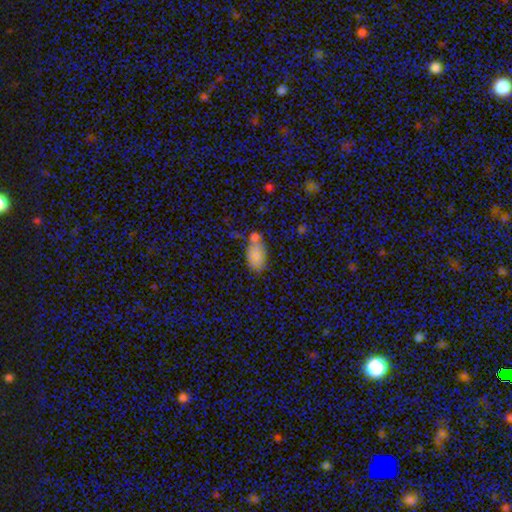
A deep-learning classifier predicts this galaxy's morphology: A smooth galaxy with no disk features (70%) that is in between round and cigar-shaped (91%).

Vote fractions:
- Smooth or featured? smooth: 70% / star or artifact: 19% / featured or disk: 11%
- How rounded? in between: 91% / round: 5% / cigar-shaped: 3%
- Merging? none: 52% / minor disturbance: 22% / merger: 18% / major disturbance: 9%